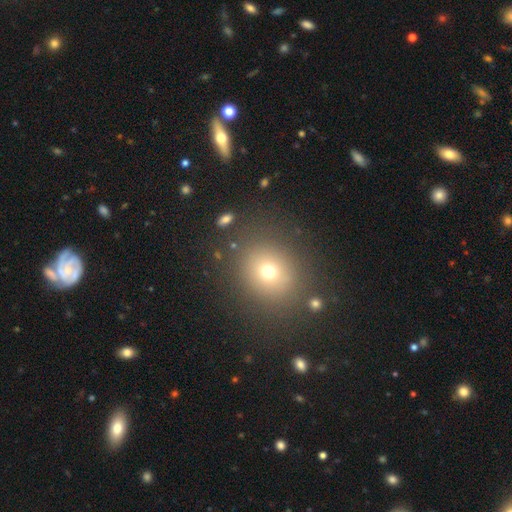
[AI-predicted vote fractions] This is likely a smooth galaxy (63%). How rounded: likely round (80%). Merging: clearly none (87%).